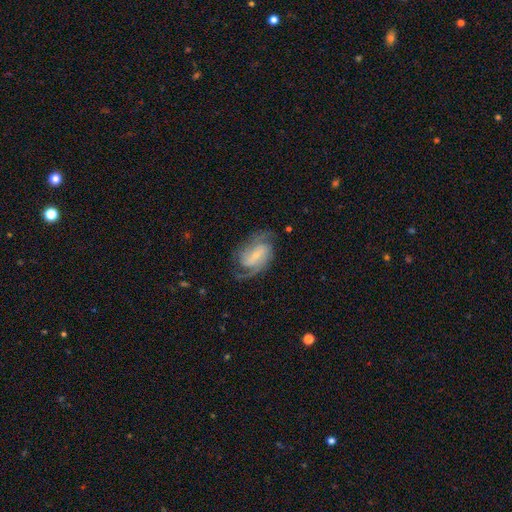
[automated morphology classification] featured or disk 85%, smooth 10%, star or artifact 5%. Down the decision tree: edge-on disk — no (97%); bar — weak (46%); spiral arms — yes (96%); spiral arm count — 2 (78%); spiral winding — medium (52%); bulge size — small (68%); merging — none (71%).